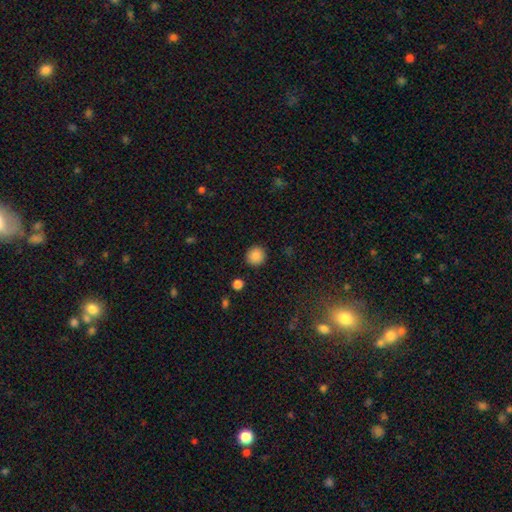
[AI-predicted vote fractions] smooth 87%, star or artifact 9%, featured or disk 3%. Down the decision tree: how rounded — round (91%); merging — none (90%).